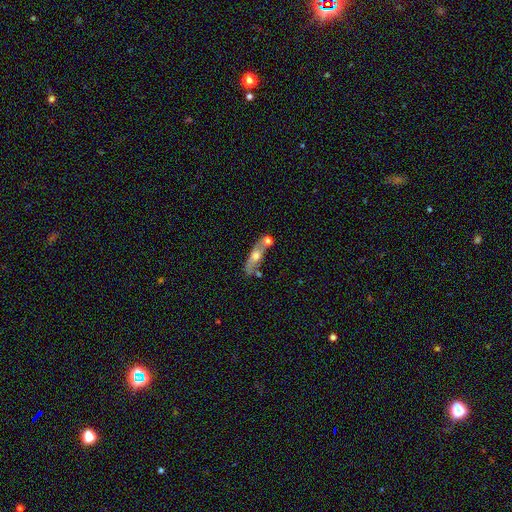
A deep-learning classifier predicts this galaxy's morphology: type=smooth (49%); merging=none (46%).